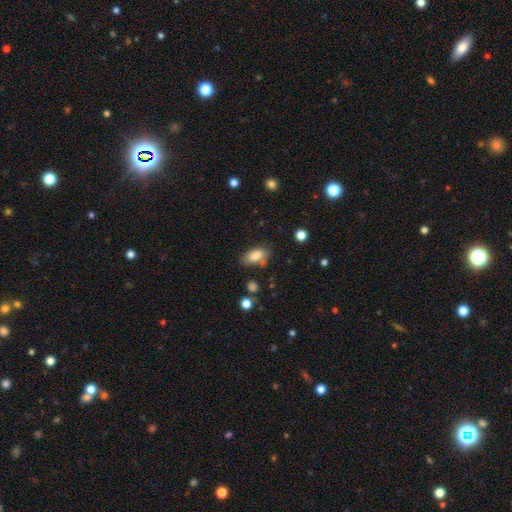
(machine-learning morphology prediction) This is clearly a smooth galaxy (83%). How rounded: clearly in between (91%). Merging: likely none (69%).